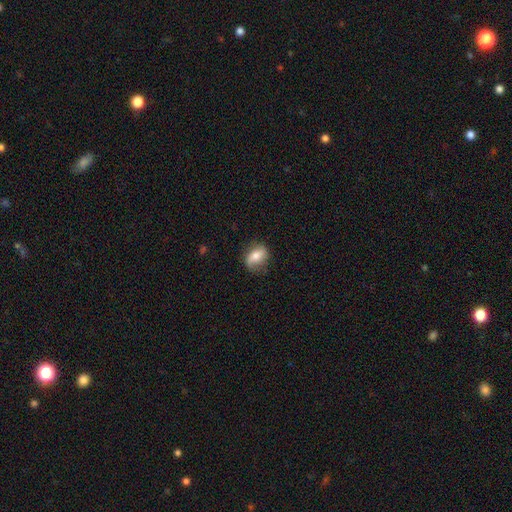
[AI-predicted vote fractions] smooth 56%, featured or disk 35%, star or artifact 8%. Down the decision tree: how rounded — in between (69%); merging — none (70%).